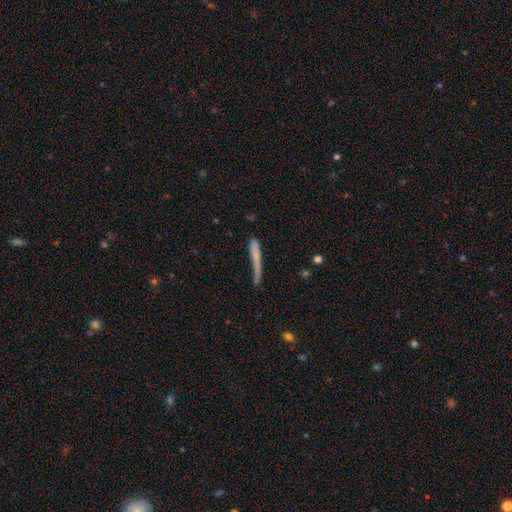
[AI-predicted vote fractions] Smooth or featured?
  - smooth: 60% *
  - featured or disk: 31%
  - star or artifact: 9%
How rounded?
  - cigar-shaped: 94% *
  - in between: 4%
  - round: 2%
Merging?
  - none: 50% *
  - minor disturbance: 27%
  - major disturbance: 16%
  - merger: 7%